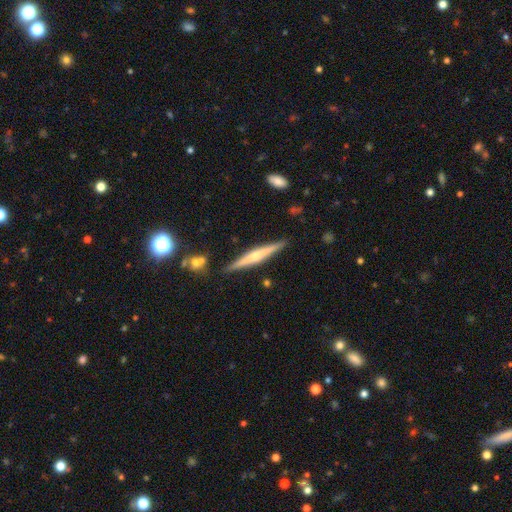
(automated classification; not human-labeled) featured or disk 63%, smooth 31%, star or artifact 6%. Down the decision tree: edge-on disk — yes (98%); edge-on bulge — rounded (69%); merging — none (89%).